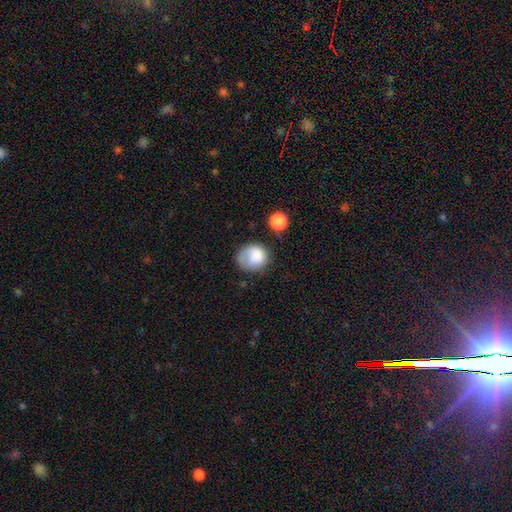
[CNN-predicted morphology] smooth 73%, featured or disk 19%, star or artifact 8%. Down the decision tree: how rounded — round (68%); merging — none (50%).